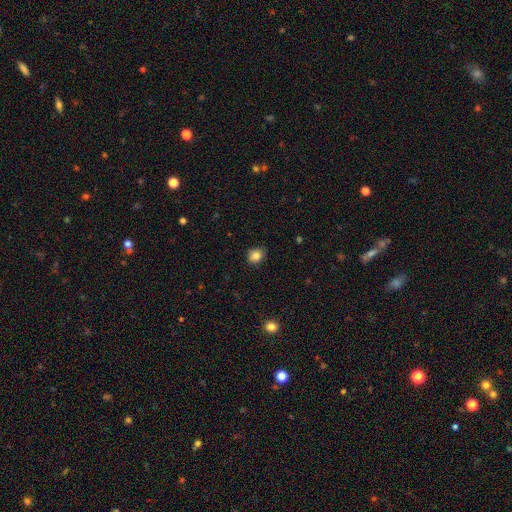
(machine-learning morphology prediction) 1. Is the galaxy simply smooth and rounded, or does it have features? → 83% smooth, 10% star or artifact, 6% featured or disk.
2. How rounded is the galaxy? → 63% round, 36% in between, 1% cigar-shaped.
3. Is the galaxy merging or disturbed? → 82% none, 14% minor disturbance, 2% major disturbance, 1% merger.